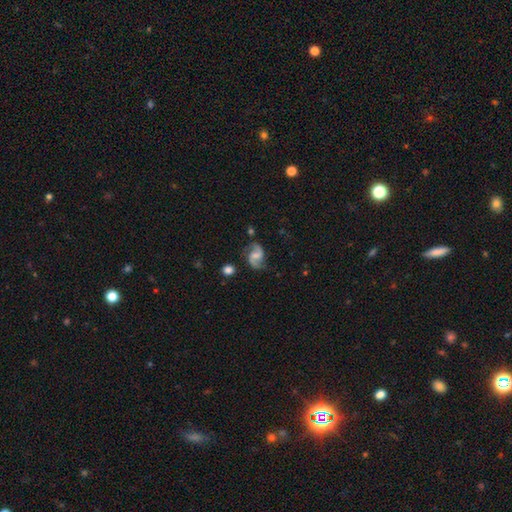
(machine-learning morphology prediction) Smooth or featured?
  - featured or disk: 86% *
  - smooth: 9%
  - star or artifact: 6%
Edge-on disk?
  - no: 98% *
  - yes: 2%
Bar?
  - weak: 48% *
  - no: 37%
  - strong: 15%
Spiral arms?
  - yes: 97% *
  - no: 3%
Spiral winding?
  - loose: 51% *
  - medium: 40%
  - tight: 9%
Spiral arm count?
  - 2: 94% *
  - can't tell: 2%
  - 1: 2%
  - 3: 1%
  - 4: 1%
  - more than 4: 1%
Bulge size?
  - small: 35% *
  - moderate: 31%
  - none: 27%
  - large: 5%
  - dominant: 1%
Merging?
  - none: 78% *
  - minor disturbance: 14%
  - major disturbance: 5%
  - merger: 3%